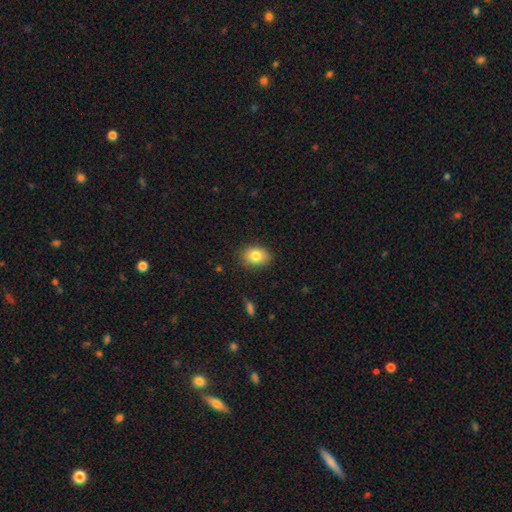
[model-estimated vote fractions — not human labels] The model was most divided on "how rounded": in between: 75%, round: 24%, cigar-shaped: 1%. More confident: merging — none (86%); smooth or featured — smooth (82%).